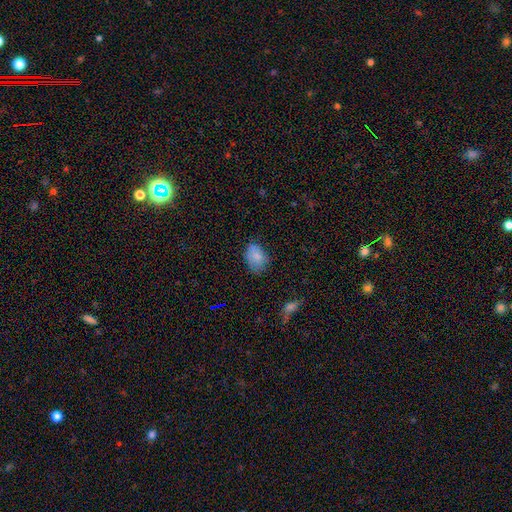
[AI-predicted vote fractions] Smooth or featured? smooth (82%)
How rounded? in between (86%)
Merging? none (65%)